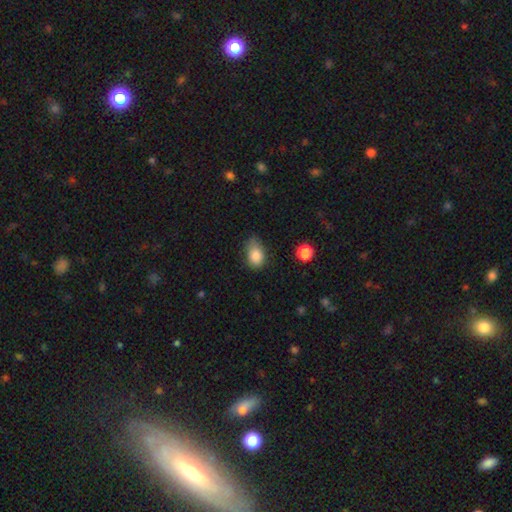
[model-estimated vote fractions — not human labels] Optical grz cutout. It shows a smooth galaxy with no disk features (83%) that is in between round and cigar-shaped (78%). Merging: none (51%).